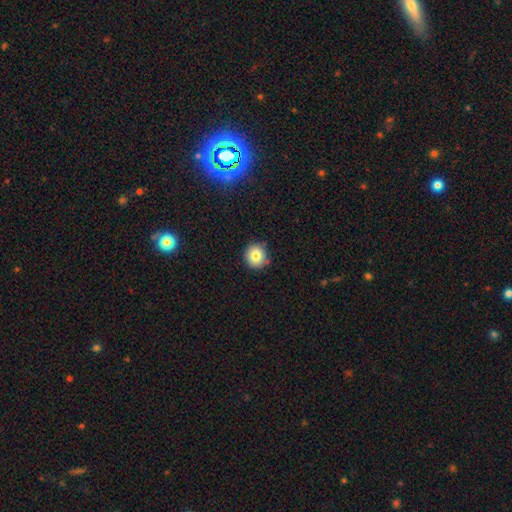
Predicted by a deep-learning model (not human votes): smooth 81%, star or artifact 10%, featured or disk 9%. Down the decision tree: how rounded — round (90%); merging — none (86%).